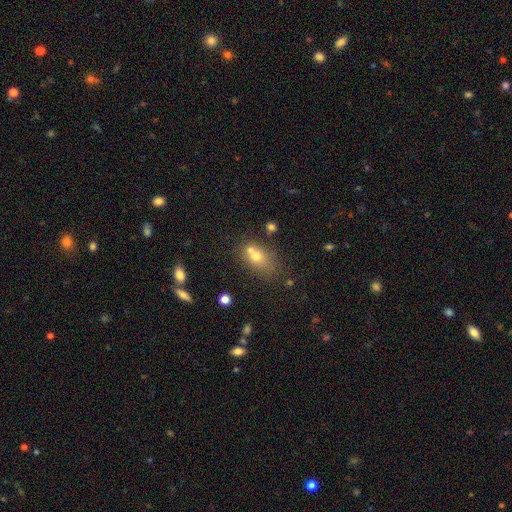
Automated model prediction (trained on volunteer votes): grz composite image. It shows a smooth galaxy with no disk features (66%) that is in between round and cigar-shaped (68%). Merging: none (41%).